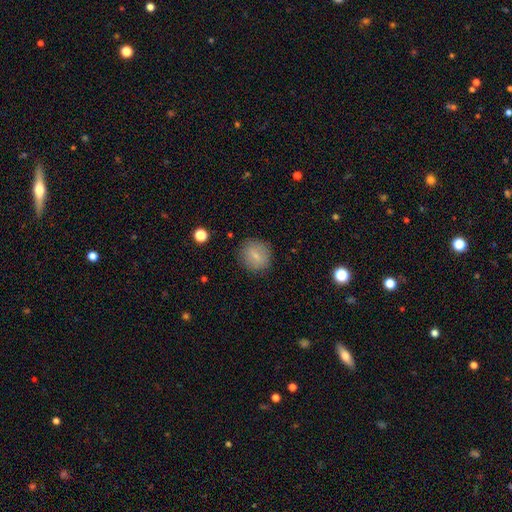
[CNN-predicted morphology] type=smooth (75%); roundness=round (83%); merging=none (85%).